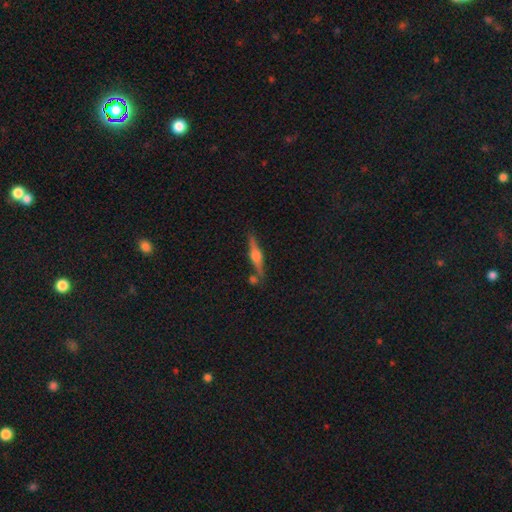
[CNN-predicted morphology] Overall: featured or disk (75%). Edge-on disk: yes (97%). Edge-on bulge: rounded (90%). Merging: none (80%).